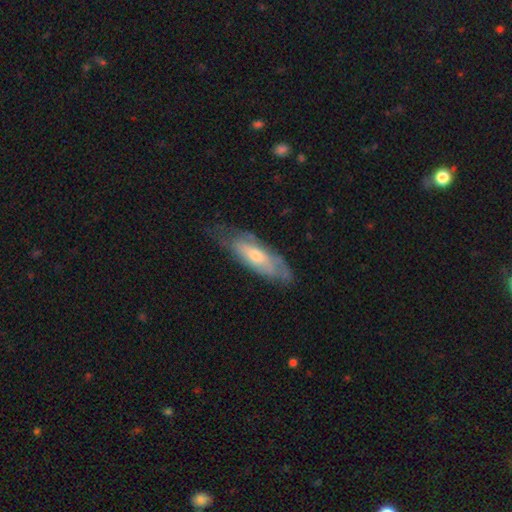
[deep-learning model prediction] Morphology: type=featured or disk (48%); merging=none (56%).